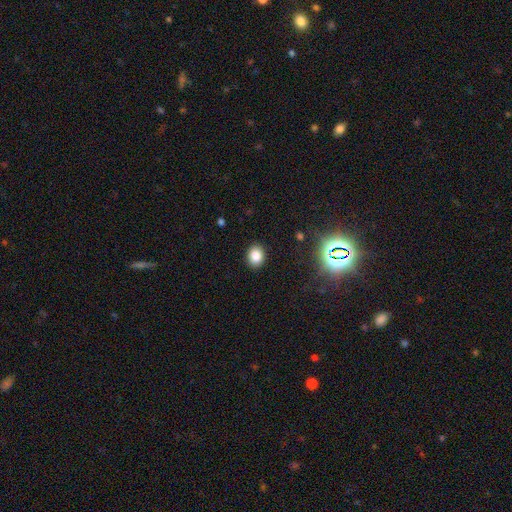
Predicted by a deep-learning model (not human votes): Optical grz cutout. It shows a smooth galaxy with no disk features (83%) that is in between round and cigar-shaped (51%). Merging: none (89%).